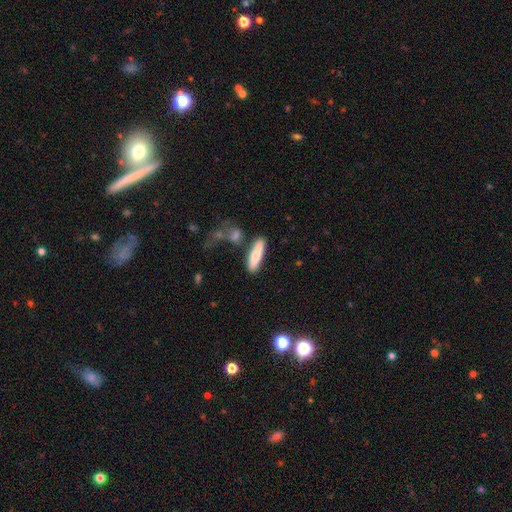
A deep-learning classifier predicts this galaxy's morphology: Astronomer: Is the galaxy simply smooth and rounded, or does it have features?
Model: smooth — 71%.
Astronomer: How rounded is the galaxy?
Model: cigar-shaped — 55% (runner-up: in between, 43%).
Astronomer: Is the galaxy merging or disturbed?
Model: none — 76%.